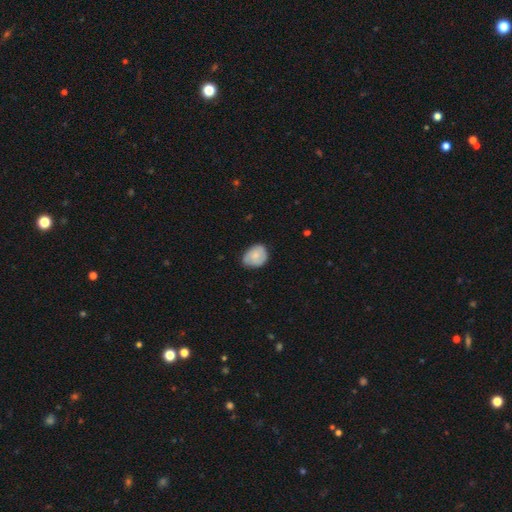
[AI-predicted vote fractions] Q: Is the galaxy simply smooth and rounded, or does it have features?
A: smooth — 75%.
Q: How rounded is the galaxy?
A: in between — 58%.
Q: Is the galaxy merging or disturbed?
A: none — 61%.